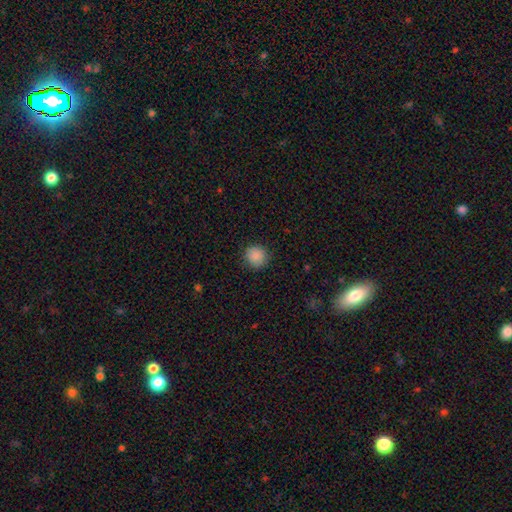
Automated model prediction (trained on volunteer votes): Smooth or featured? smooth (87%)
How rounded? round (92%)
Merging? none (89%)